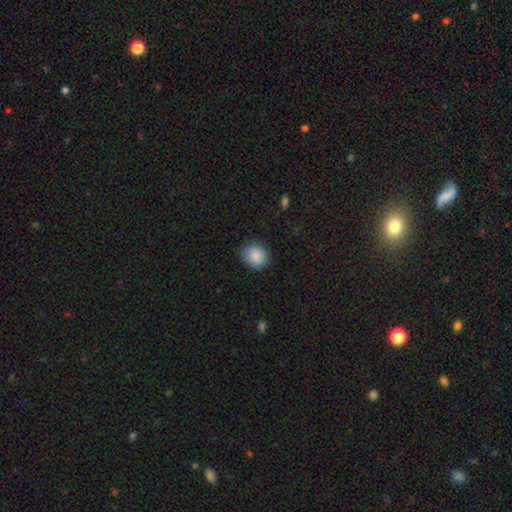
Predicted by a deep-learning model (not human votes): The model was most divided on "how rounded": round: 72%, in between: 27%, cigar-shaped: 1%. More confident: smooth or featured — smooth (88%); merging — none (82%).